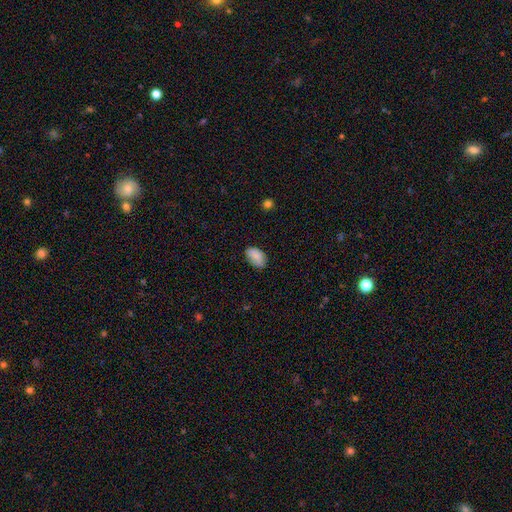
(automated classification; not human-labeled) smooth 86%, star or artifact 7%, featured or disk 7%. Down the decision tree: how rounded — in between (92%); merging — none (76%).